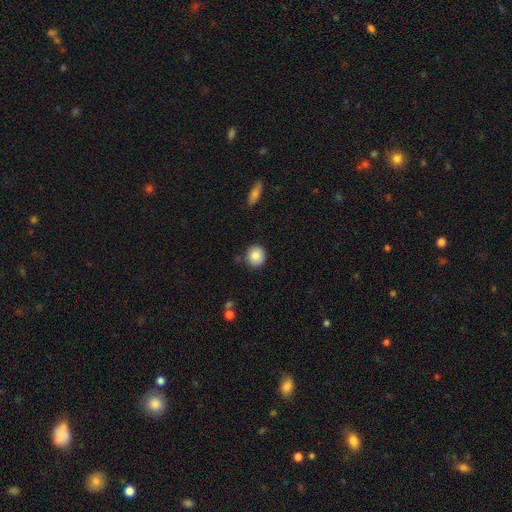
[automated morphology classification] Overall: smooth (85%). How rounded: round (90%). Merging: none (85%).